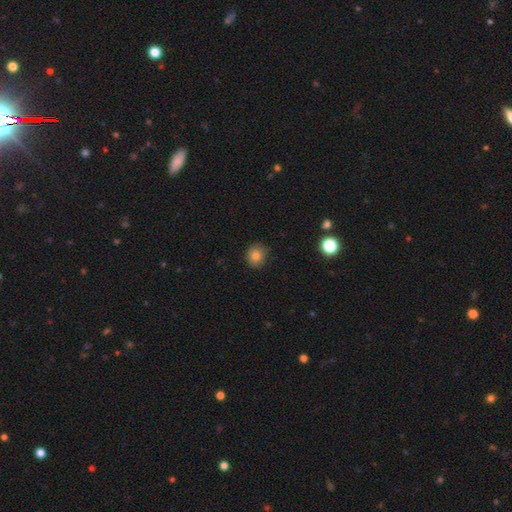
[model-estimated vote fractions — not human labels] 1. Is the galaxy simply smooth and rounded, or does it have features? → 81% smooth, 12% star or artifact, 7% featured or disk.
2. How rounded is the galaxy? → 81% round, 18% in between, 1% cigar-shaped.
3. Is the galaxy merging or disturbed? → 83% none, 13% minor disturbance, 3% major disturbance, 1% merger.